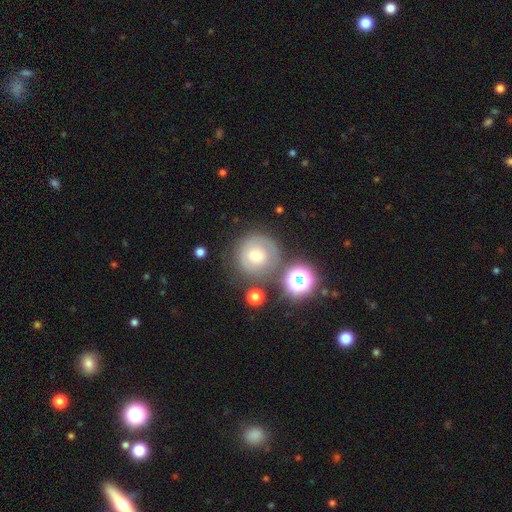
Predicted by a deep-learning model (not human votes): Smooth or featured: smooth — 49% (featured or disk — 36%)
Merging: none — 71% (minor disturbance — 14%)